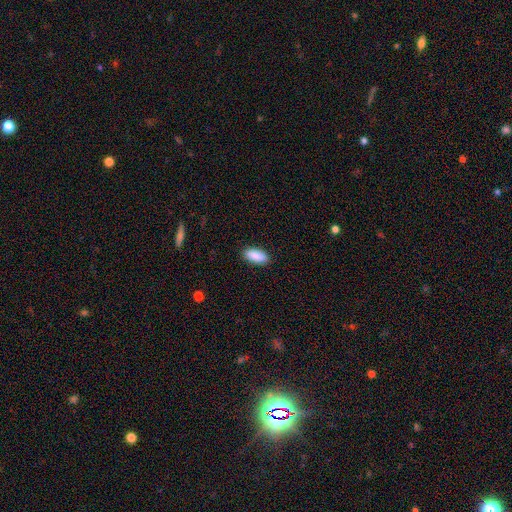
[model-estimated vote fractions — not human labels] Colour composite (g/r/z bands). It shows a smooth galaxy with no disk features (90%) that is in between round and cigar-shaped (88%). Merging: none (89%).